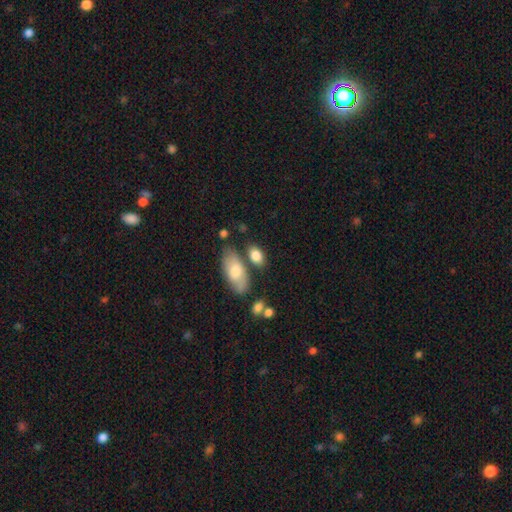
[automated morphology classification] Smooth or featured: smooth — 82% (featured or disk — 11%)
How rounded: in between — 86% (round — 9%)
Merging: none — 64% (minor disturbance — 16%)